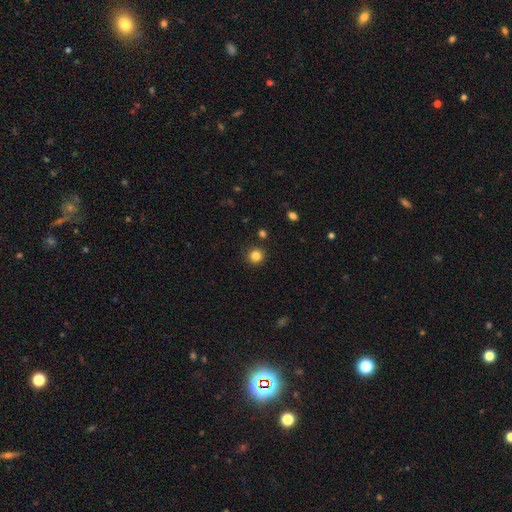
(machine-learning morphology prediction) Smooth or featured?
  - smooth: 83% *
  - star or artifact: 12%
  - featured or disk: 4%
How rounded?
  - round: 94% *
  - in between: 5%
  - cigar-shaped: 1%
Merging?
  - none: 90% *
  - minor disturbance: 6%
  - merger: 2%
  - major disturbance: 2%